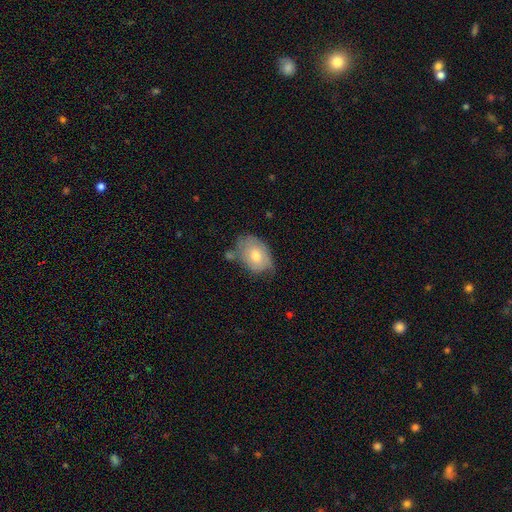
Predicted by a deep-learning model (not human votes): Smooth or featured?
  - smooth: 62% *
  - featured or disk: 31%
  - star or artifact: 7%
How rounded?
  - in between: 77% *
  - round: 21%
  - cigar-shaped: 1%
Merging?
  - none: 52% *
  - minor disturbance: 32%
  - major disturbance: 9%
  - merger: 7%